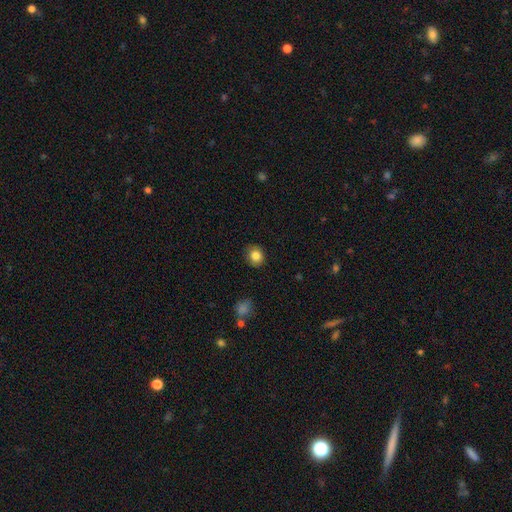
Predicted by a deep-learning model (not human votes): Morphology: type=smooth (83%); roundness=round (75%); merging=none (86%).